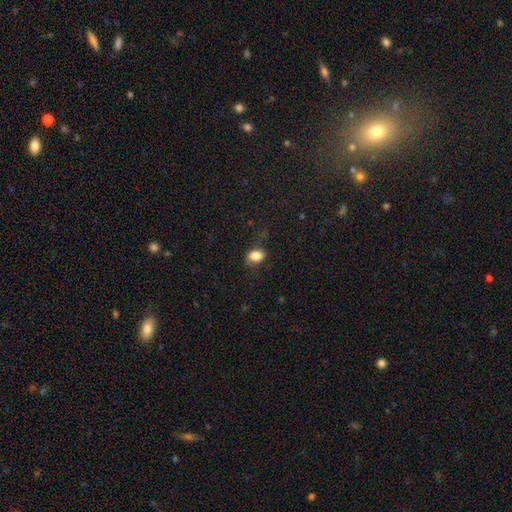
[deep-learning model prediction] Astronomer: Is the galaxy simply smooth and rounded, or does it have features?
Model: smooth — 84%.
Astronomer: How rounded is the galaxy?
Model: in between — 74%.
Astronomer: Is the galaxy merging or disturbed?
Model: none — 74%.